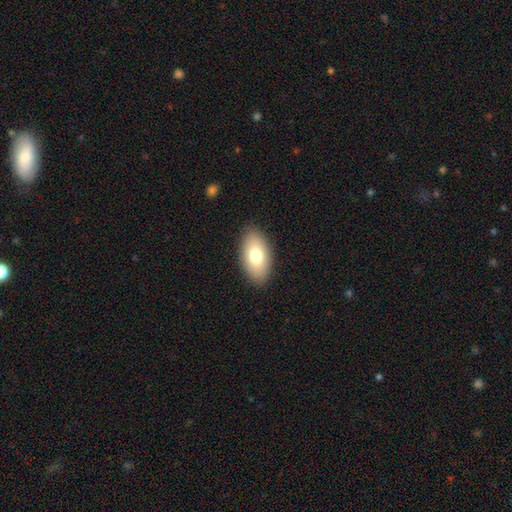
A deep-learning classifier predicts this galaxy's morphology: smooth-or-featured: smooth: 76% | featured or disk: 17% | star or artifact: 7%
  how-rounded: in between: 94% | round: 4% | cigar-shaped: 2%
  merging: none: 88% | minor disturbance: 9% | major disturbance: 2% | merger: 1%